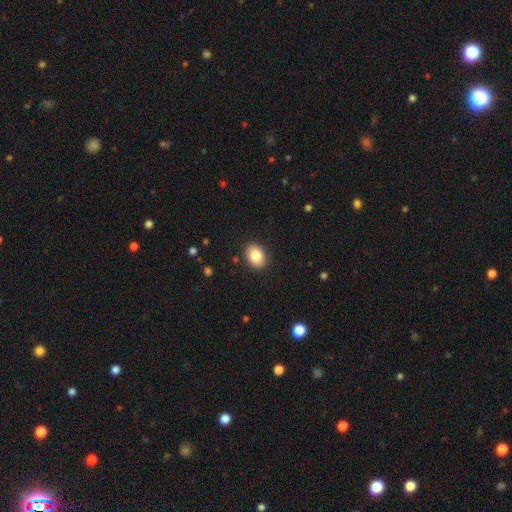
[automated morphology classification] type=smooth (85%); roundness=in between (71%); merging=none (89%).